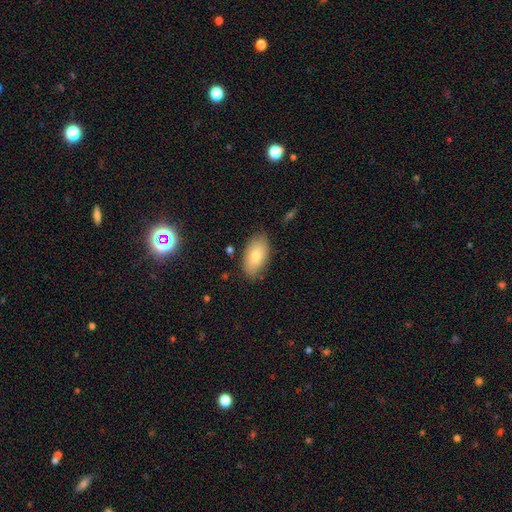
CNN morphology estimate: type=smooth (75%); roundness=in between (93%); merging=none (82%).